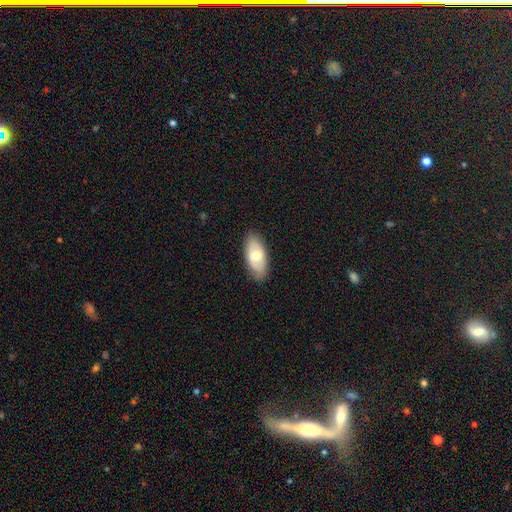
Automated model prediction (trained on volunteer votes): This is likely a smooth galaxy (61%). How rounded: clearly in between (90%). Merging: clearly none (84%).